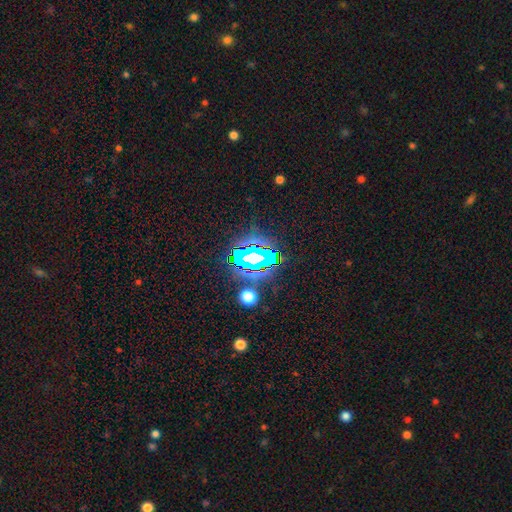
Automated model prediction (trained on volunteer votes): The model was most divided on "smooth or featured": star or artifact: 82%, smooth: 10%, featured or disk: 7%.